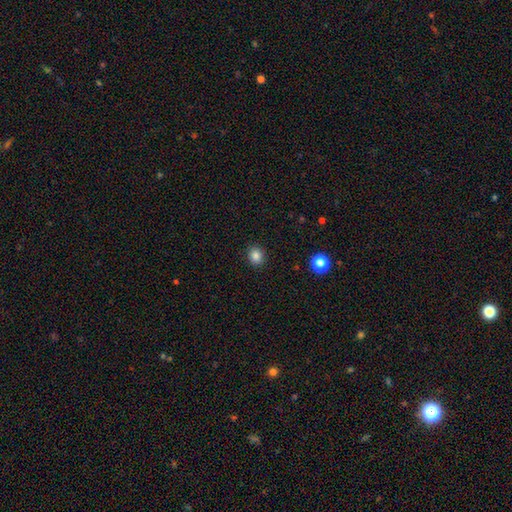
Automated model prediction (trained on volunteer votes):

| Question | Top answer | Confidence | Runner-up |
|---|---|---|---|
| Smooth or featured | smooth | 84% | star or artifact (12%) |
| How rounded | round | 70% | in between (29%) |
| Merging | none | 91% | minor disturbance (6%) |